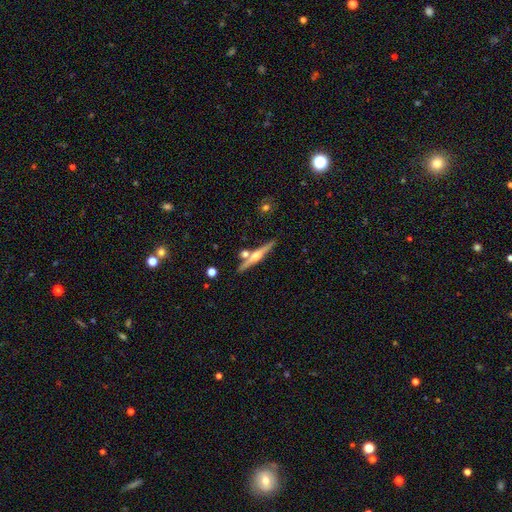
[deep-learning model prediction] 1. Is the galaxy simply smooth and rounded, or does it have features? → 73% featured or disk, 21% smooth, 6% star or artifact.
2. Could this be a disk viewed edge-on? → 97% yes, 3% no.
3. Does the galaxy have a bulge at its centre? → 92% rounded, 4% none, 4% boxy.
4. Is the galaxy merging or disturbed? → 77% none, 12% merger, 8% minor disturbance, 2% major disturbance.